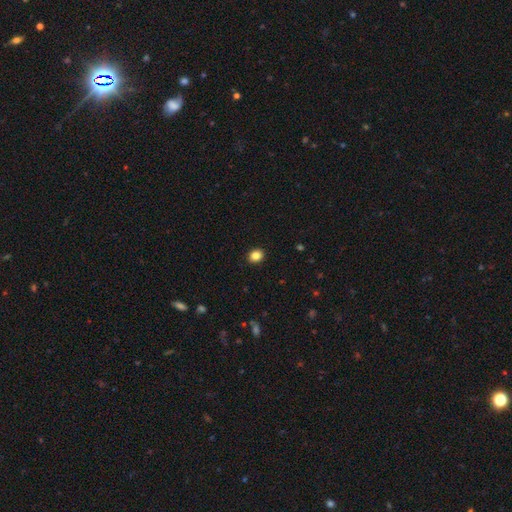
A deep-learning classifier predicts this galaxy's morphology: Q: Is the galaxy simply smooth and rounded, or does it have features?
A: smooth — 85%.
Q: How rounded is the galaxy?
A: round — 67%.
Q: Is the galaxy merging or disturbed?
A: none — 92%.